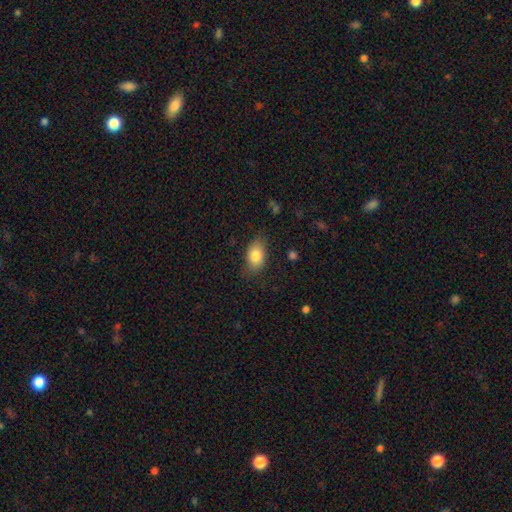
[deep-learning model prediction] This is clearly a smooth galaxy (81%). How rounded: clearly in between (86%). Merging: likely none (77%).